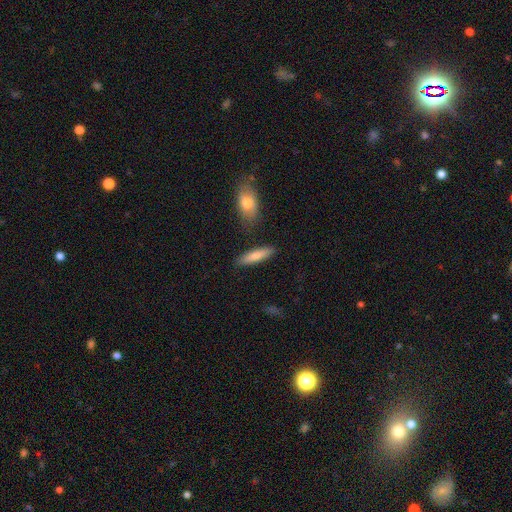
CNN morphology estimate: This is likely a smooth galaxy (77%). How rounded: likely cigar-shaped (73%). Merging: clearly none (84%).